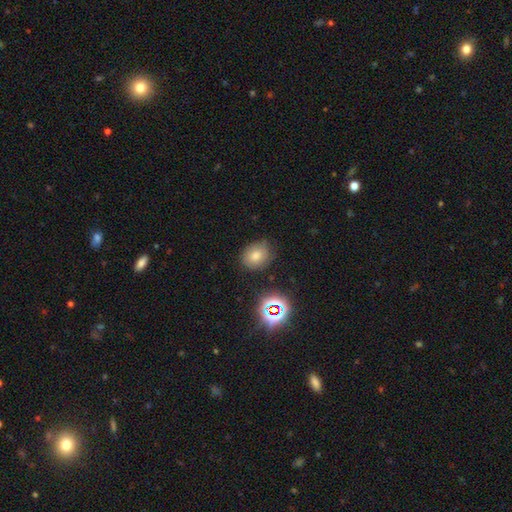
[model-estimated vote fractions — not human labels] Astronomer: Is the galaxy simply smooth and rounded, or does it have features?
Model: smooth — 69%.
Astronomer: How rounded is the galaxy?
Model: round — 60% (runner-up: in between, 39%).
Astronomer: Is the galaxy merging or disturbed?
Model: none — 72%.